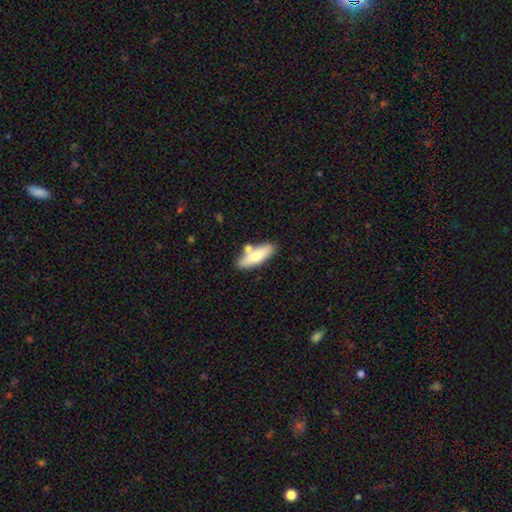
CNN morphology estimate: Smooth or featured? smooth (72%)
How rounded? in between (56%)
Merging? none (67%)